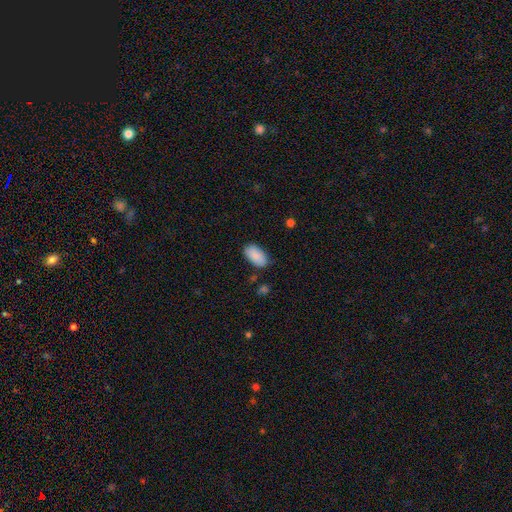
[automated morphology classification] Smooth or featured?
  - smooth: 89% *
  - star or artifact: 6%
  - featured or disk: 5%
How rounded?
  - in between: 95% *
  - round: 3%
  - cigar-shaped: 2%
Merging?
  - none: 81% *
  - minor disturbance: 14%
  - major disturbance: 3%
  - merger: 2%